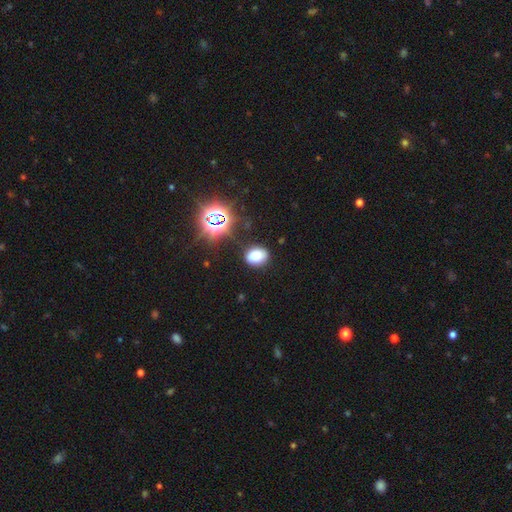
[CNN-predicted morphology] Smooth or featured: smooth — 73% (star or artifact — 20%)
How rounded: in between — 71% (round — 28%)
Merging: none — 80% (minor disturbance — 14%)